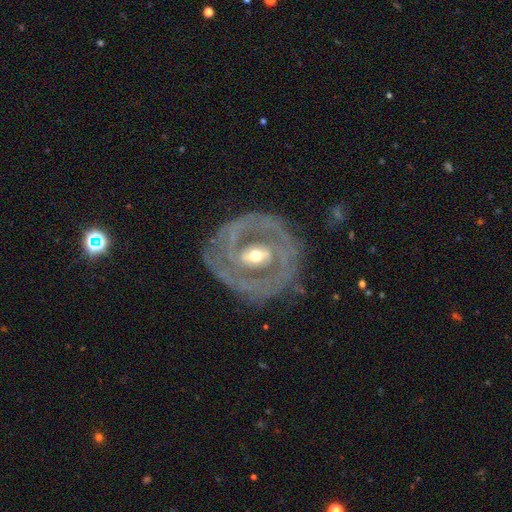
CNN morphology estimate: Smooth or featured? featured or disk (82%)
Edge-on disk? no (95%)
Bar? weak (39%)
Spiral arms? yes (71%)
Spiral winding? tight (64%)
Spiral arm count? 2 (43%)
Bulge size? moderate (59%)
Merging? none (75%)